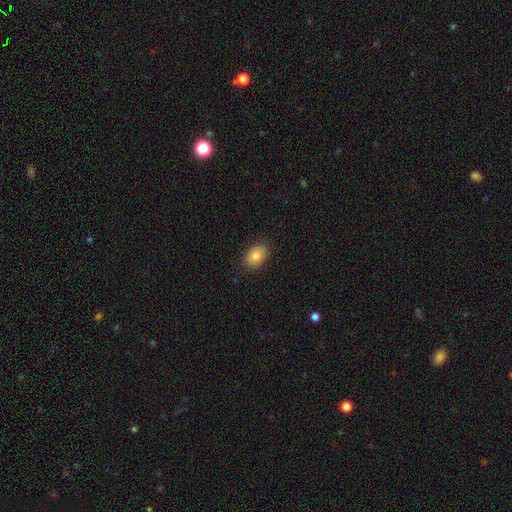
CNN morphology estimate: Overall: smooth (84%). How rounded: in between (75%). Merging: none (87%).